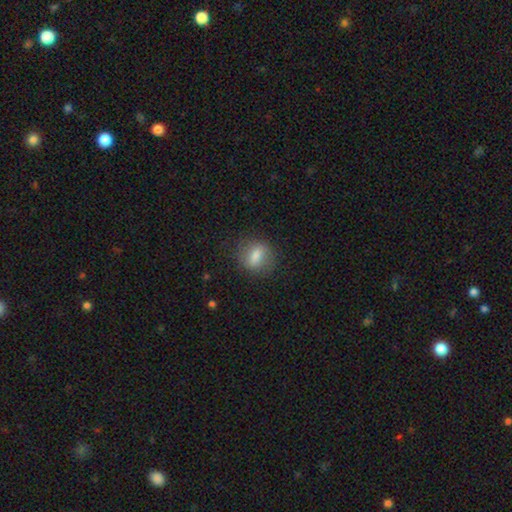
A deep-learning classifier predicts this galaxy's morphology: smooth 73%, featured or disk 18%, star or artifact 10%. Down the decision tree: how rounded — round (53%); merging — none (81%).